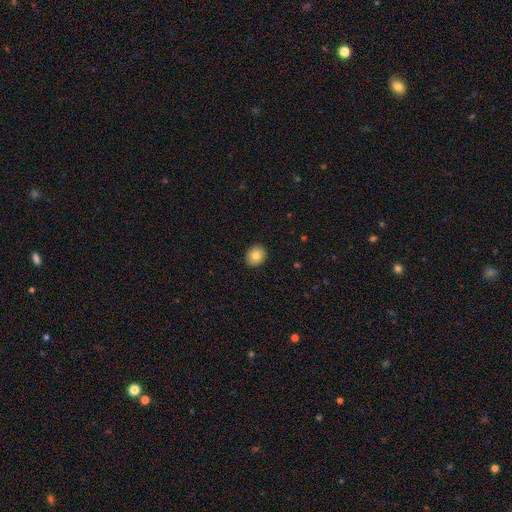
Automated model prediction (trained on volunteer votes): Smooth or featured: smooth — 82% (featured or disk — 9%)
How rounded: round — 75% (in between — 24%)
Merging: none — 92% (minor disturbance — 6%)